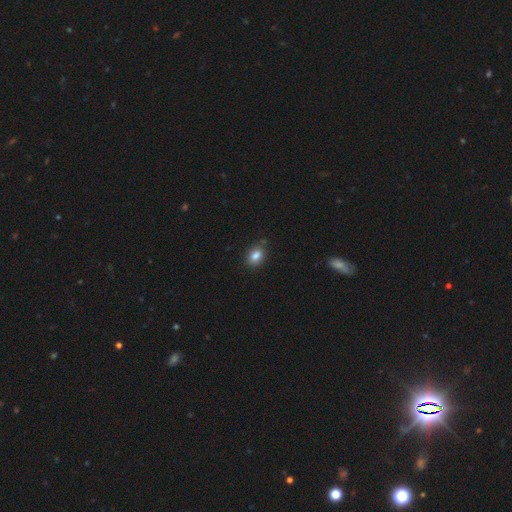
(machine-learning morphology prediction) Q: Smooth or featured?
A: smooth (85%); runner-up: star or artifact (9%)
Q: How rounded?
A: in between (78%); runner-up: round (20%)
Q: Merging?
A: none (82%); runner-up: minor disturbance (14%)